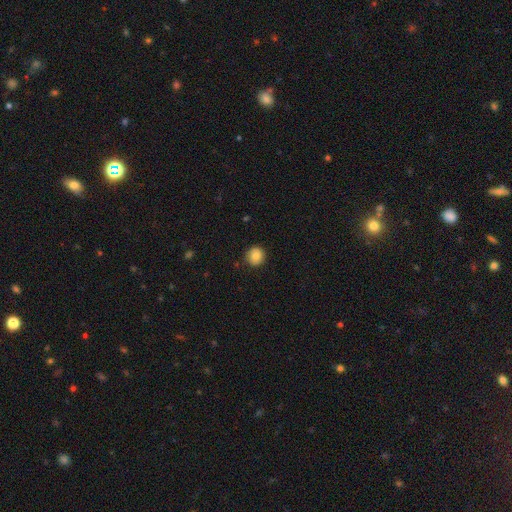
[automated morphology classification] smooth_or_featured: smooth (p=0.82) [alt: featured or disk p=0.09]
how_rounded: round (p=0.94) [alt: in between p=0.05]
merging: none (p=0.89) [alt: minor disturbance p=0.08]